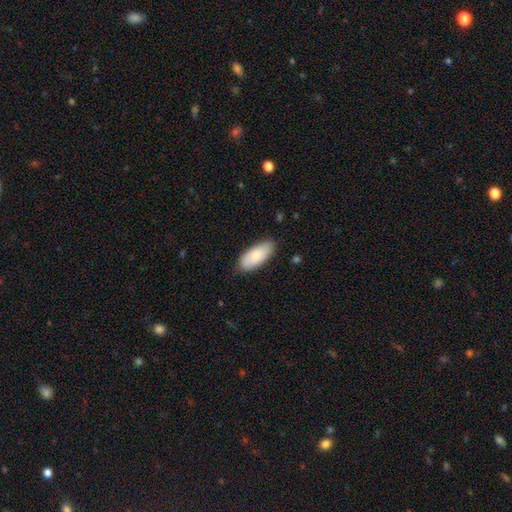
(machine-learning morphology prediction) Smooth or featured: smooth — 78% (featured or disk — 17%)
How rounded: in between — 89% (cigar-shaped — 9%)
Merging: none — 80% (minor disturbance — 16%)